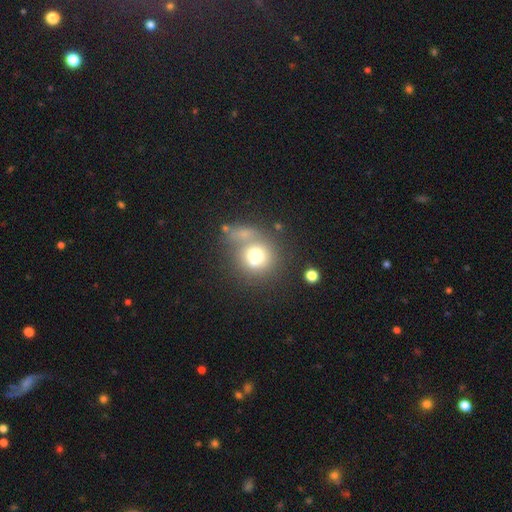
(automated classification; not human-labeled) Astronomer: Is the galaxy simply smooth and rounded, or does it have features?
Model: smooth — 69%.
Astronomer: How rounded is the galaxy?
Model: round — 87%.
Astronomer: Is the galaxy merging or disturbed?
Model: none — 47% (runner-up: merger, 28%).